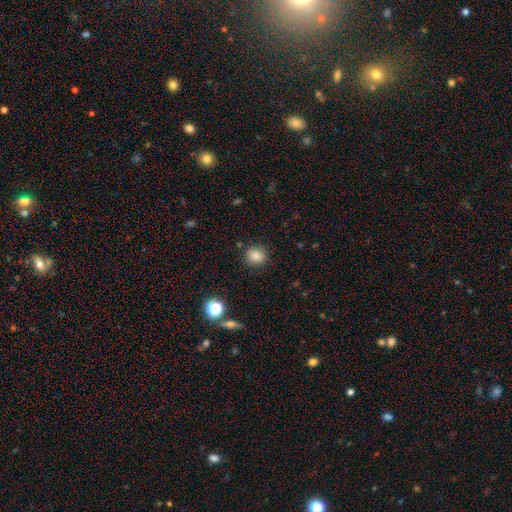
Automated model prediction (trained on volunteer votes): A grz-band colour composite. It shows a smooth galaxy with no disk features (84%) that is round (84%). Merging: none (87%).